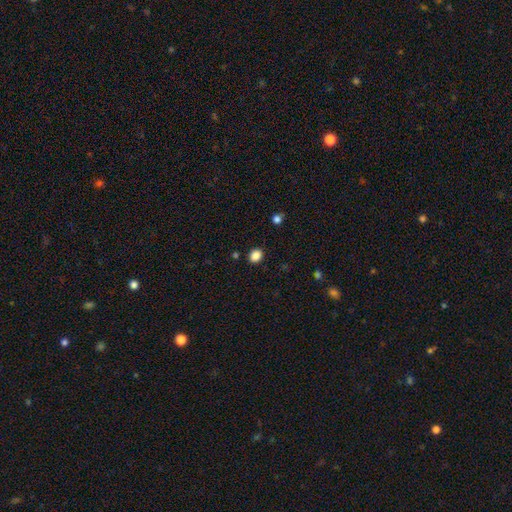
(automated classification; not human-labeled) The model was most divided on "how rounded": round: 57%, in between: 43%, cigar-shaped: 1%. More confident: merging — none (89%); smooth or featured — smooth (86%).